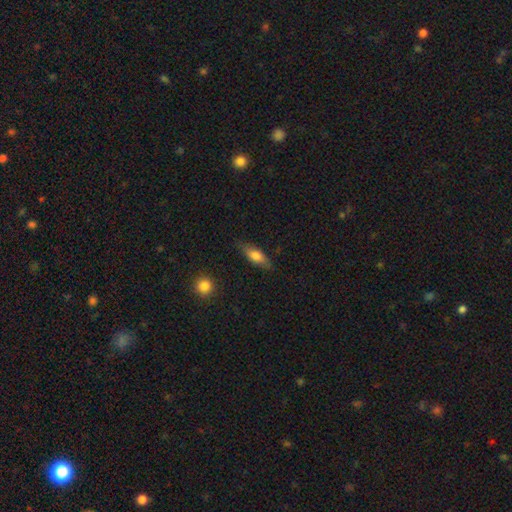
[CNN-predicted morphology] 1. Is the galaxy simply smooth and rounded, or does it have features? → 62% smooth, 31% featured or disk, 7% star or artifact.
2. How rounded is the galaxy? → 61% in between, 36% cigar-shaped, 4% round.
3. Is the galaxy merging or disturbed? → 81% none, 15% minor disturbance, 3% major disturbance, 1% merger.